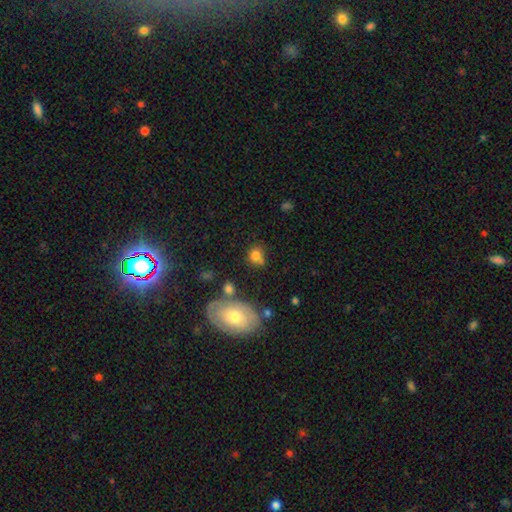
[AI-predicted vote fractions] smooth_or_featured: smooth (p=0.78) [alt: star or artifact p=0.12]
how_rounded: round (p=0.72) [alt: in between p=0.27]
merging: none (p=0.61) [alt: minor disturbance p=0.17]